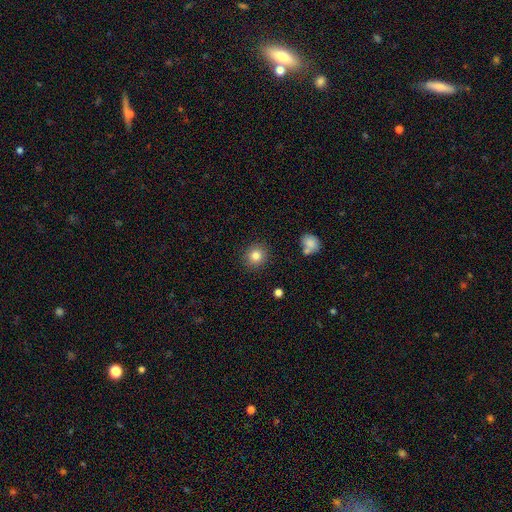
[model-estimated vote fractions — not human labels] Smooth or featured? smooth (83%)
How rounded? round (89%)
Merging? none (89%)